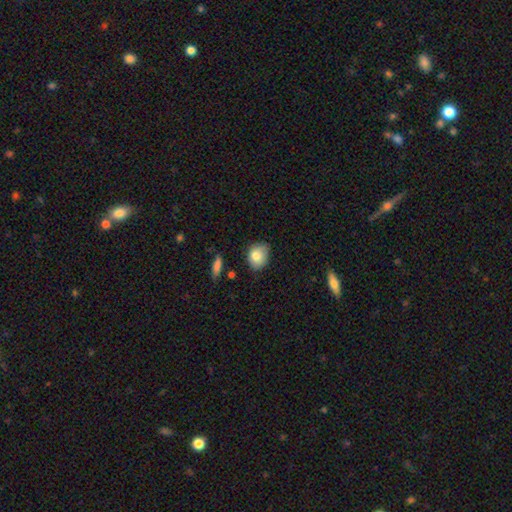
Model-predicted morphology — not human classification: Smooth or featured? Predicted: smooth (p=0.80). How rounded? Predicted: in between (p=0.56). Merging? Predicted: none (p=0.69).